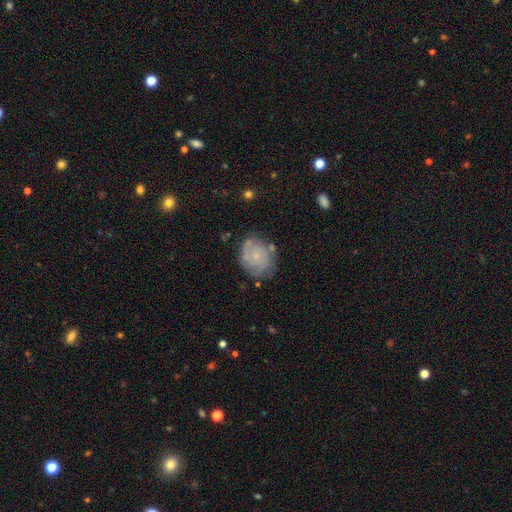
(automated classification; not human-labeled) featured or disk 62%, smooth 29%, star or artifact 8%. Down the decision tree: edge-on disk — no (98%); bar — no (80%); spiral arms — yes (84%); spiral arm count — can't tell (39%); spiral winding — tight (58%); bulge size — small (77%); merging — none (70%).